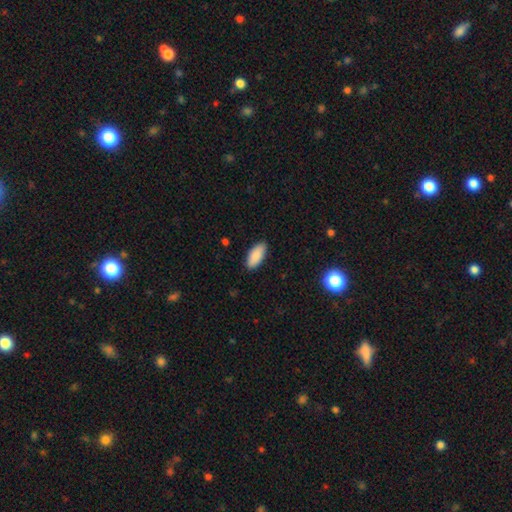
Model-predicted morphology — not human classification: A smooth galaxy with no disk features (90%) that is in between round and cigar-shaped (89%).

Vote fractions:
- Smooth or featured? smooth: 90% / star or artifact: 6% / featured or disk: 4%
- How rounded? in between: 89% / cigar-shaped: 9% / round: 2%
- Merging? none: 88% / minor disturbance: 9% / major disturbance: 2% / merger: 1%